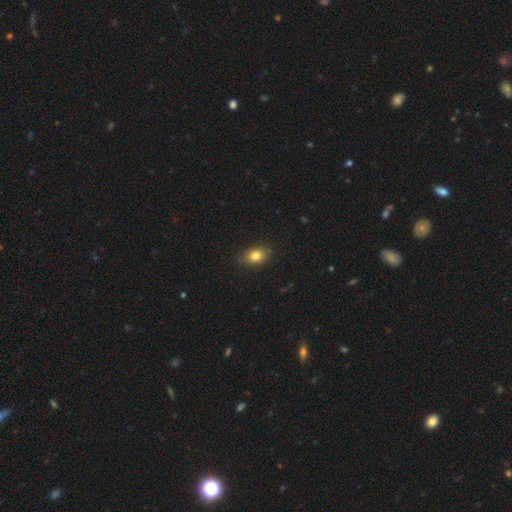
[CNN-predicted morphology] A smooth galaxy with no disk features (81%) that is in between round and cigar-shaped (70%). Merging: none (81%).